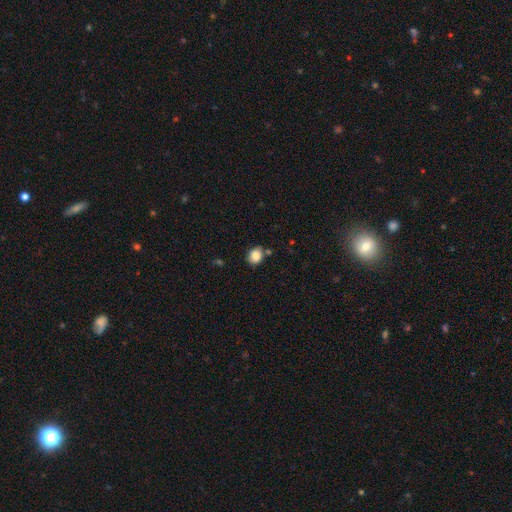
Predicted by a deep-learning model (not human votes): Overall: smooth (84%). How rounded: round (62%; in between 37%). Merging: none (69%).